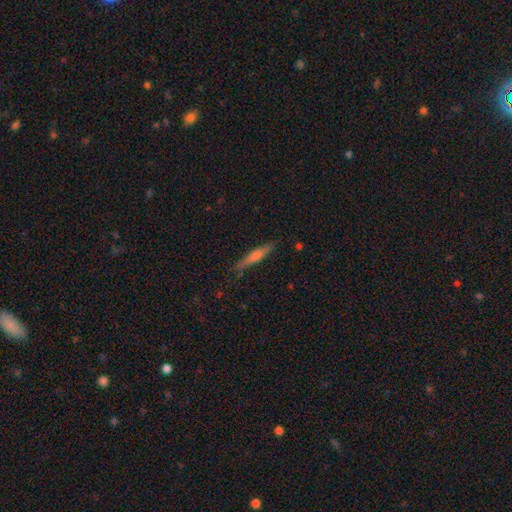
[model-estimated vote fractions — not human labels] Overall: featured or disk (51%; smooth 42%). Edge-on disk: yes (95%). Merging: none (84%).